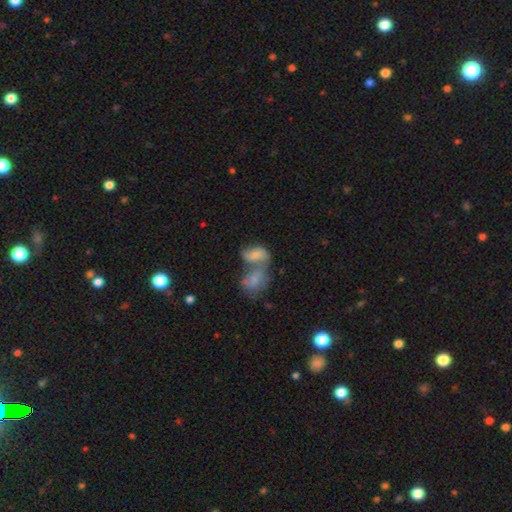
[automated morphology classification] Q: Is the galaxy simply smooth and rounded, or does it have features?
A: smooth — 61%.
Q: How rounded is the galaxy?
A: in between — 86%.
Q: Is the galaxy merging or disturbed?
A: merger — 73%.